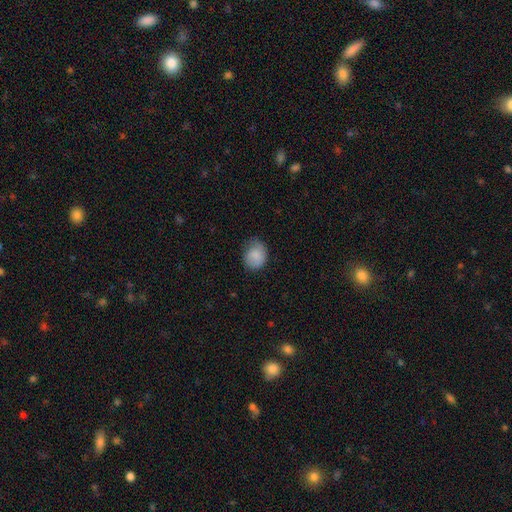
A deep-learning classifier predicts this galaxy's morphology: smooth-or-featured: smooth: 83% | featured or disk: 10% | star or artifact: 7%
  how-rounded: round: 56% | in between: 43% | cigar-shaped: 1%
  merging: none: 61% | minor disturbance: 30% | major disturbance: 8% | merger: 1%